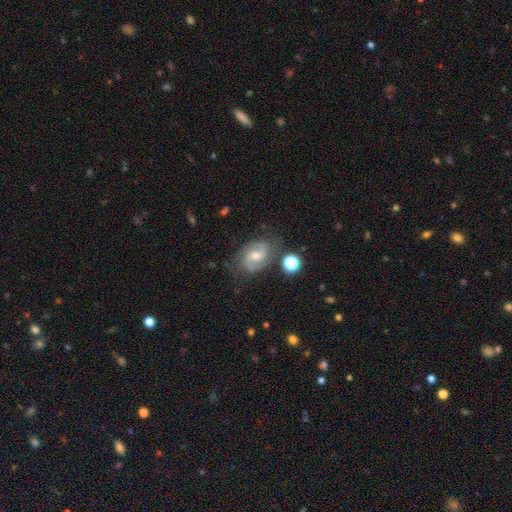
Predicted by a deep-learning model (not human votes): Overall: featured or disk (78%). Edge-on disk: no (97%). Bar: weak (48%; no 40%). Spiral arms: yes (95%). Spiral arm count: 2 (90%). Spiral winding: medium (54%; tight 25%). Bulge size: moderate (55%; small 37%). Merging: none (74%).